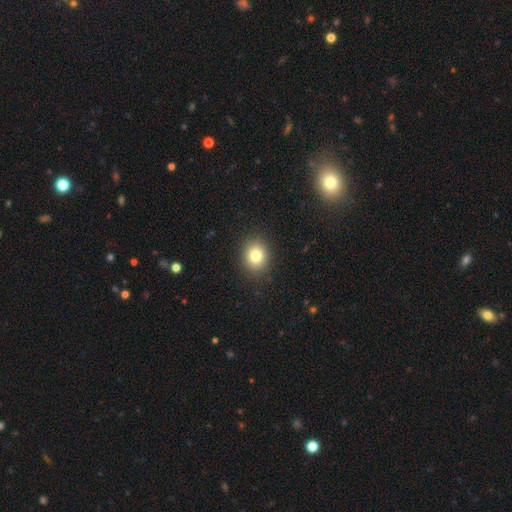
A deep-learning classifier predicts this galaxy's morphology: A smooth galaxy with no disk features (80%) that is round (69%). Merging: none (90%).